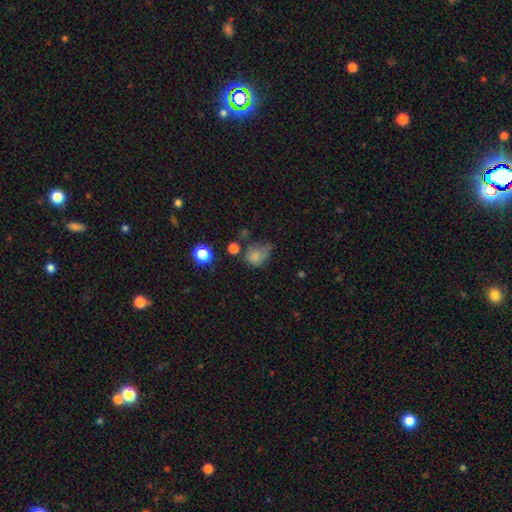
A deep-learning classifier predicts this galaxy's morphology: smooth_or_featured: smooth (p=0.70) [alt: featured or disk p=0.15]
how_rounded: round (p=0.56) [alt: in between p=0.42]
merging: minor disturbance (p=0.33) [alt: major disturbance p=0.30]